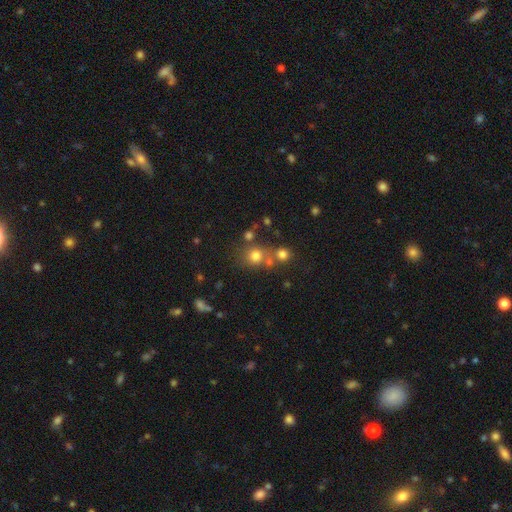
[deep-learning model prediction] Smooth or featured: smooth — 73% (star or artifact — 17%)
How rounded: round — 83% (in between — 16%)
Merging: none — 60% (merger — 25%)